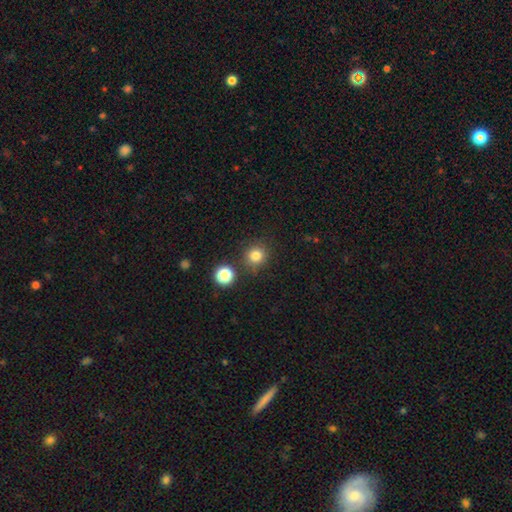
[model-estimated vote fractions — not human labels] A smooth galaxy with no disk features (81%) that is round (91%). Merging: none (83%).